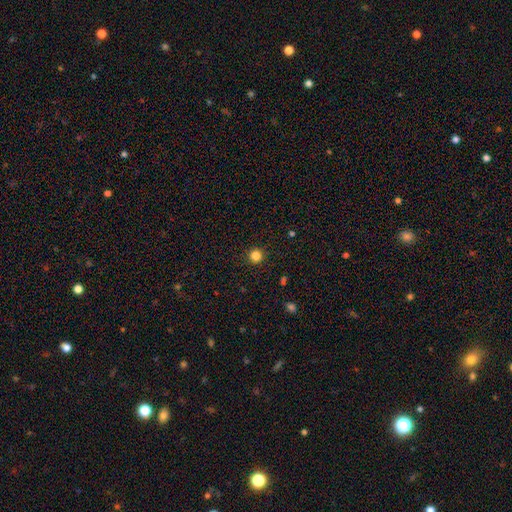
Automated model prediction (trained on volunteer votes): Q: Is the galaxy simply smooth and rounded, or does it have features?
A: smooth — 84%.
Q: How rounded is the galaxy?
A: round — 96%.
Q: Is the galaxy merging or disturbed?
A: none — 92%.